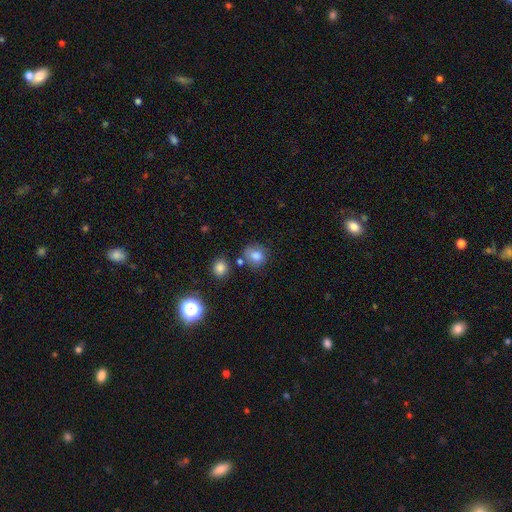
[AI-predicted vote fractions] smooth-or-featured: smooth: 80% | star or artifact: 12% | featured or disk: 8%
  how-rounded: round: 74% | in between: 25% | cigar-shaped: 1%
  merging: none: 65% | minor disturbance: 19% | merger: 10% | major disturbance: 6%